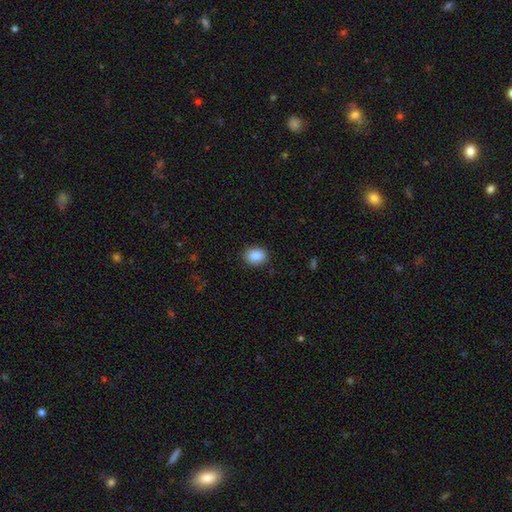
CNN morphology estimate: This is clearly a smooth galaxy (89%). How rounded: possibly in between (56%). Merging: clearly none (87%).